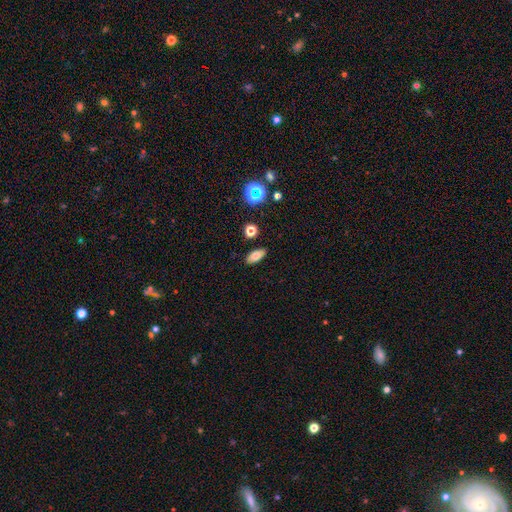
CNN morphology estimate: Smooth or featured: smooth — 74% (featured or disk — 14%)
How rounded: in between — 84% (cigar-shaped — 11%)
Merging: none — 87% (minor disturbance — 8%)